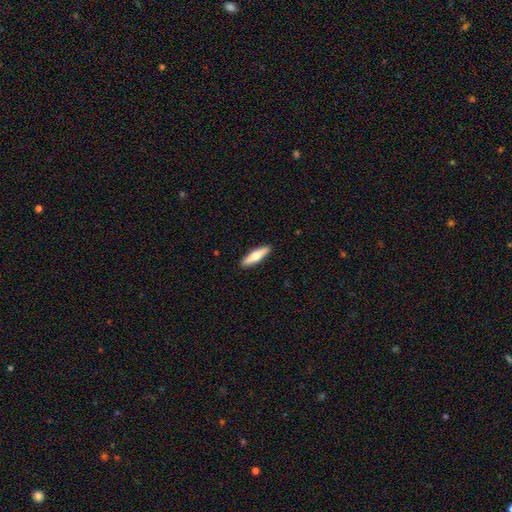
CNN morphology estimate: This is likely a smooth galaxy (62%). How rounded: likely cigar-shaped (70%). Merging: clearly none (91%).